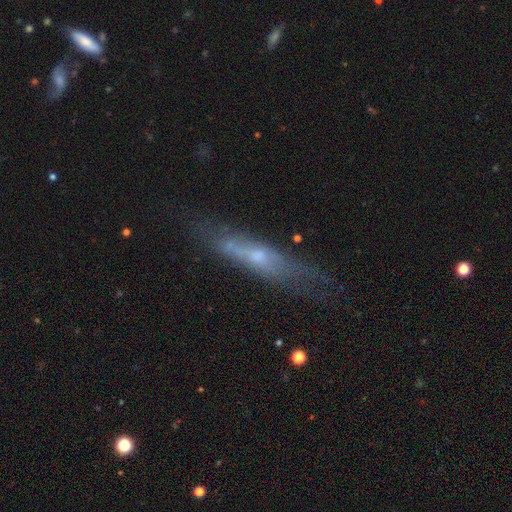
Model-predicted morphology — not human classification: This is possibly a featured or disk galaxy (57%). It is likely viewed edge-on (70%). Merging: likely none (66%).